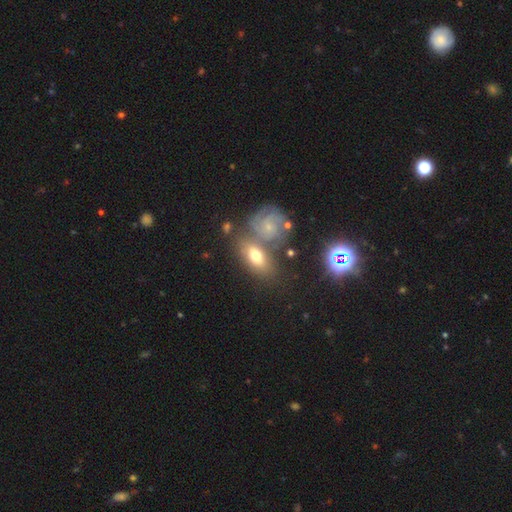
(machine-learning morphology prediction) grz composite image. It shows a smooth galaxy with no disk features (52%) that is in between round and cigar-shaped (83%). Merging: none (56%).